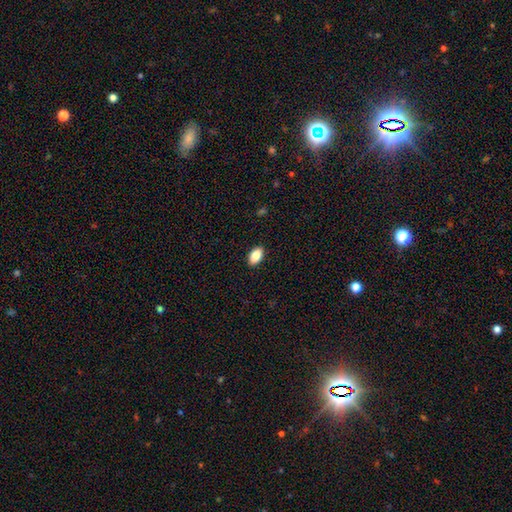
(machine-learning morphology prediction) Smooth or featured? smooth (86%)
How rounded? in between (93%)
Merging? none (90%)